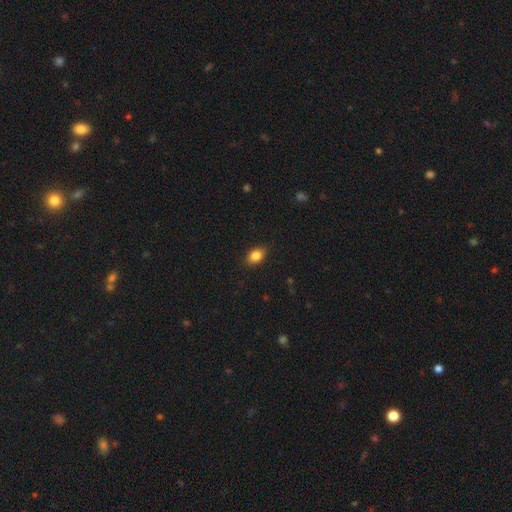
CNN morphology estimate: Q: Smooth or featured?
A: smooth (84%); runner-up: star or artifact (9%)
Q: How rounded?
A: in between (73%); runner-up: round (25%)
Q: Merging?
A: none (86%); runner-up: minor disturbance (11%)